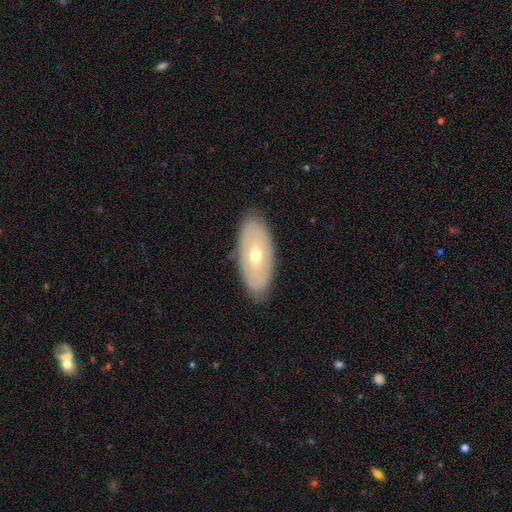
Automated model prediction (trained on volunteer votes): featured or disk 52%, smooth 42%, star or artifact 6%. Down the decision tree: edge-on disk — no (80%); merging — none (84%).